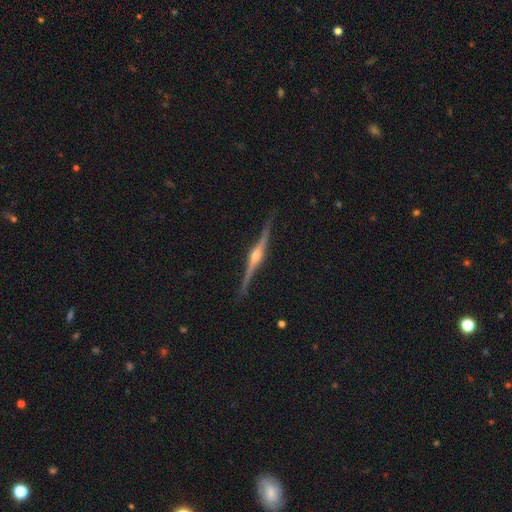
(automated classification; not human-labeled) Overall: featured or disk (88%). Edge-on disk: yes (98%). Edge-on bulge: rounded (91%). Merging: none (87%).